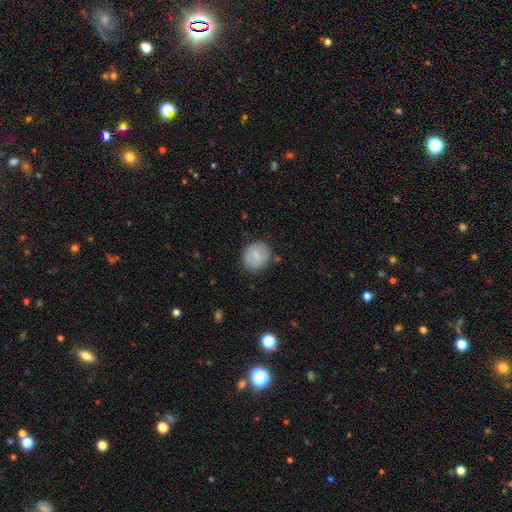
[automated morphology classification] Q: Smooth or featured?
A: smooth (71%); runner-up: featured or disk (22%)
Q: How rounded?
A: round (75%); runner-up: in between (24%)
Q: Merging?
A: none (82%); runner-up: minor disturbance (12%)